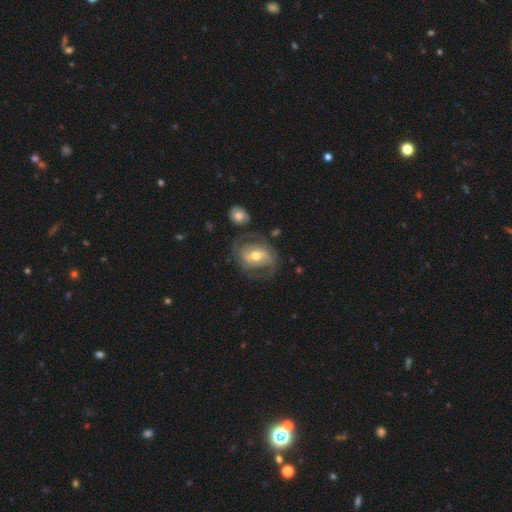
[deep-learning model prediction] The model was most divided on "bar": weak: 41%, strong: 37%, no: 22%. Remaining: edge-on disk — no (96%); spiral arms — yes (78%); smooth or featured — featured or disk (74%); bulge size — moderate (74%); spiral arm count — 2 (72%); merging — none (64%); spiral winding — medium (44%).